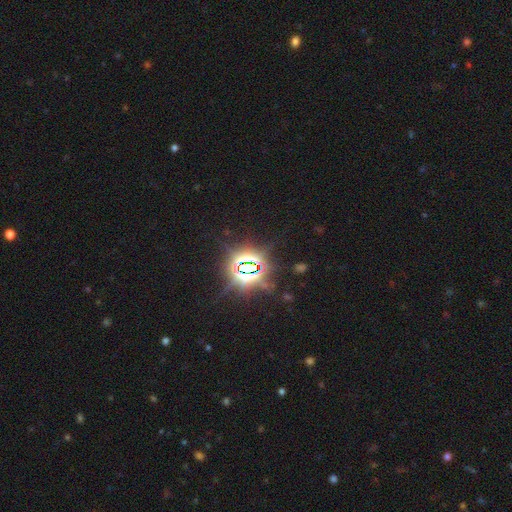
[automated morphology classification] Q: Smooth or featured?
A: star or artifact (85%); runner-up: smooth (8%)